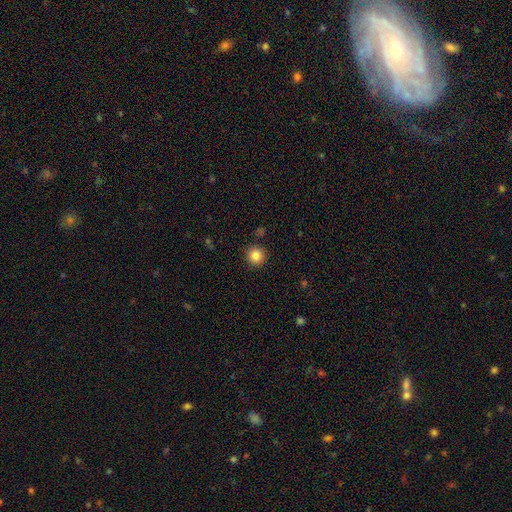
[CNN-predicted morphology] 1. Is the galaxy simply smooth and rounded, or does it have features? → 84% smooth, 11% star or artifact, 5% featured or disk.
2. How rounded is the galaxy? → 95% round, 4% in between, 1% cigar-shaped.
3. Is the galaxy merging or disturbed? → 91% none, 6% minor disturbance, 2% major disturbance, 2% merger.